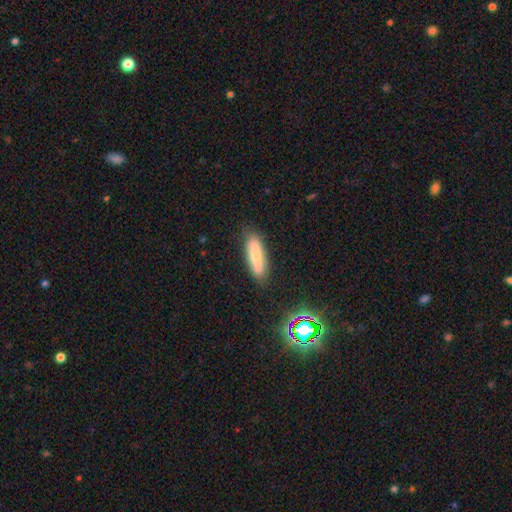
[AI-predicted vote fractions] Overall: smooth (73%). How rounded: cigar-shaped (62%; in between 36%). Merging: none (83%).